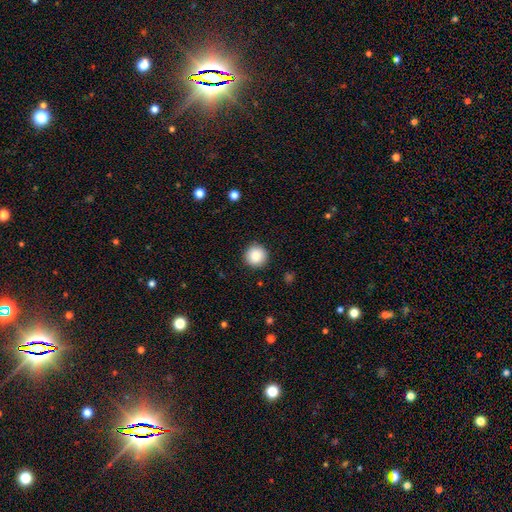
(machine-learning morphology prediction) Smooth or featured: smooth — 88% (star or artifact — 9%)
How rounded: round — 96% (in between — 3%)
Merging: none — 91% (minor disturbance — 6%)